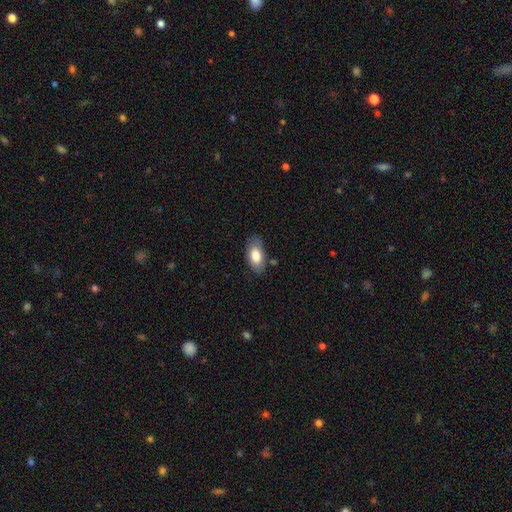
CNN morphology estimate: This appears to be a smooth galaxy with no disk features (79%) that is in between round and cigar-shaped (92%). Merging: none (79%).